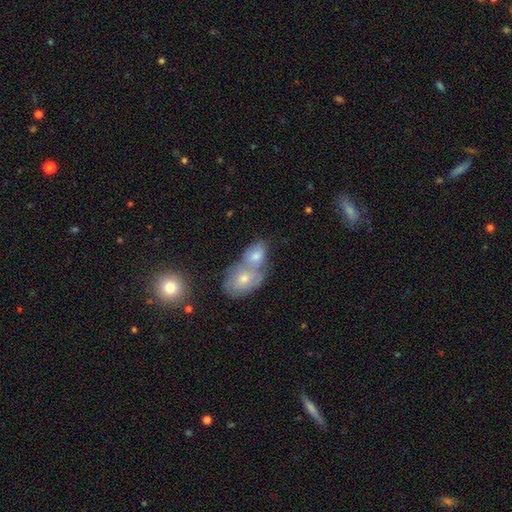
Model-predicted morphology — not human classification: The model was most divided on "smooth or featured": smooth: 64%, featured or disk: 27%, star or artifact: 9%. More confident: how rounded — in between (83%); merging — merger (68%).